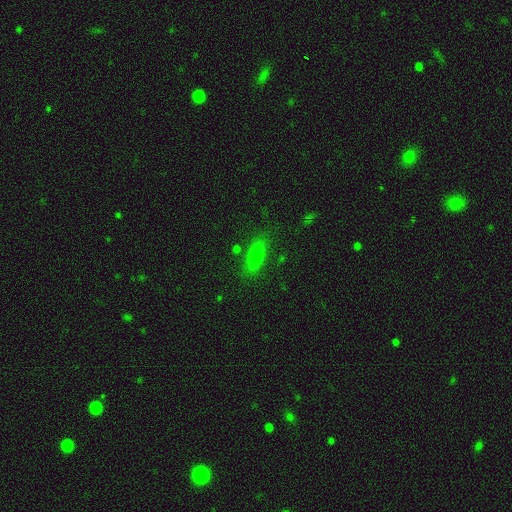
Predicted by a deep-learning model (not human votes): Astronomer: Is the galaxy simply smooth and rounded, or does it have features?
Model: smooth — 72%.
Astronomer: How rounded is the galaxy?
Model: in between — 65%.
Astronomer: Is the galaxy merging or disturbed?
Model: none — 79%.